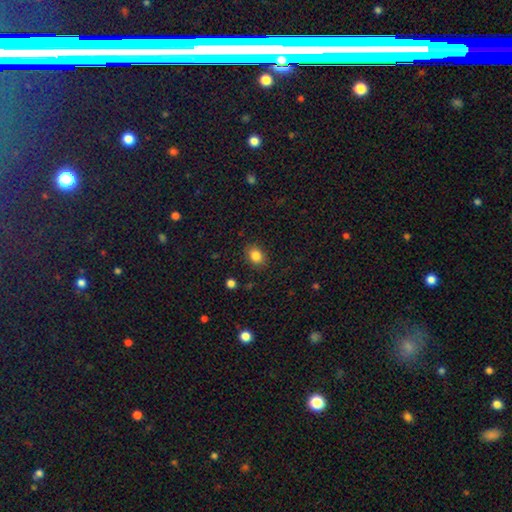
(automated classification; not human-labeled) The model was most divided on "how rounded": in between: 52%, round: 47%, cigar-shaped: 1%. More confident: merging — none (86%); smooth or featured — smooth (85%).